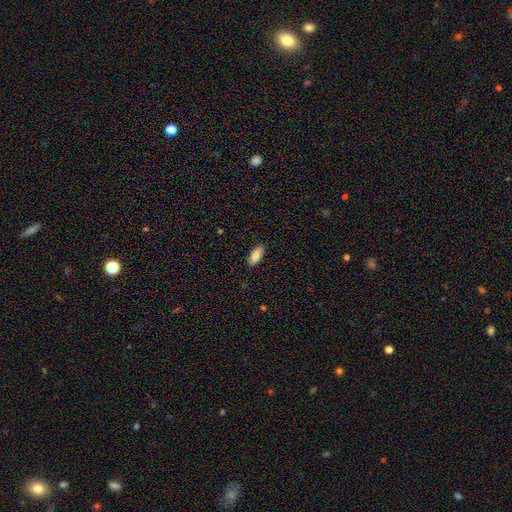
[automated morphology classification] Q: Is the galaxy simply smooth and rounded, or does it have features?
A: smooth — 87%.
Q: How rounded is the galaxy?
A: in between — 86%.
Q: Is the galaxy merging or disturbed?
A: none — 86%.